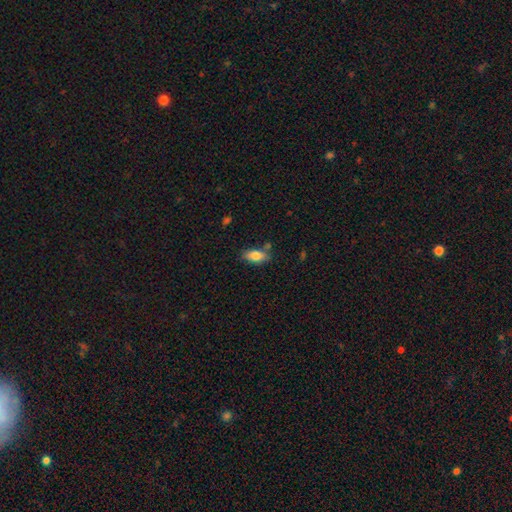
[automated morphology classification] Smooth or featured: smooth — 79% (featured or disk — 14%)
How rounded: in between — 85% (cigar-shaped — 11%)
Merging: none — 74% (minor disturbance — 16%)